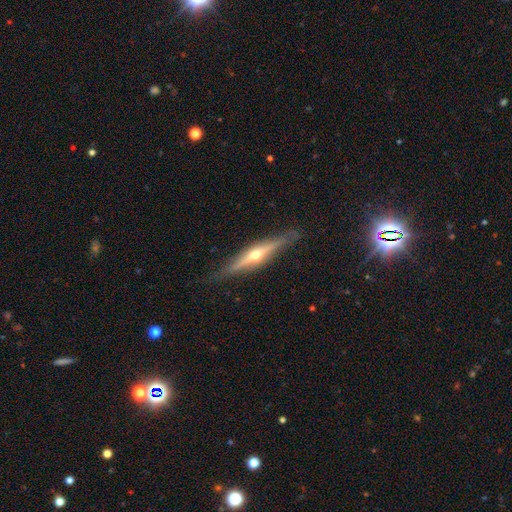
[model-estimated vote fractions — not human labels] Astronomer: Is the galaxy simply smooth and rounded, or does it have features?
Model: featured or disk — 77%.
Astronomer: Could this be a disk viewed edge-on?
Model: yes — 96%.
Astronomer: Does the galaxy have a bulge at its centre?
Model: rounded — 90%.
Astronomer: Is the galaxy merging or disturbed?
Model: none — 85%.